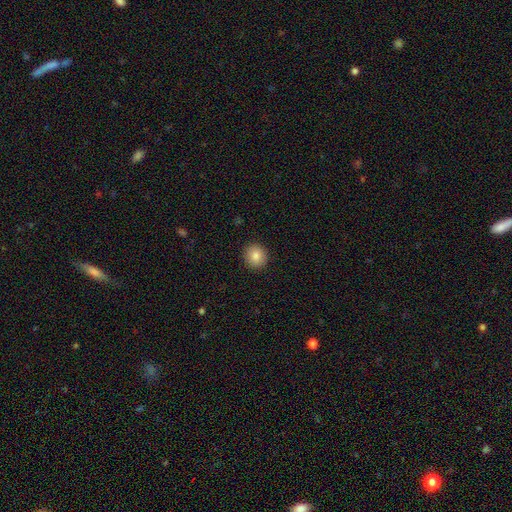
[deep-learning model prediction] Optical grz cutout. It shows a smooth galaxy with no disk features (84%) that is round (89%). Merging: none (92%).